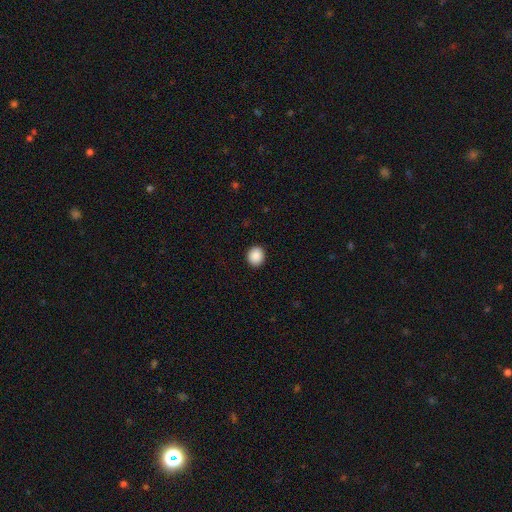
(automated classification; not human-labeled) A smooth galaxy with no disk features (89%) that is round (78%). Merging: none (92%).